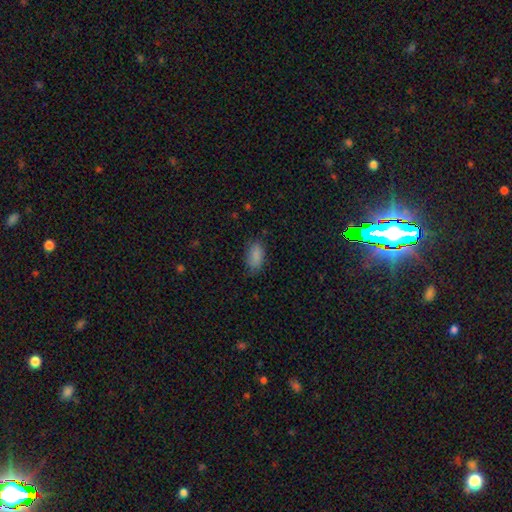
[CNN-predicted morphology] Smooth or featured? smooth (87%)
How rounded? in between (92%)
Merging? none (76%)